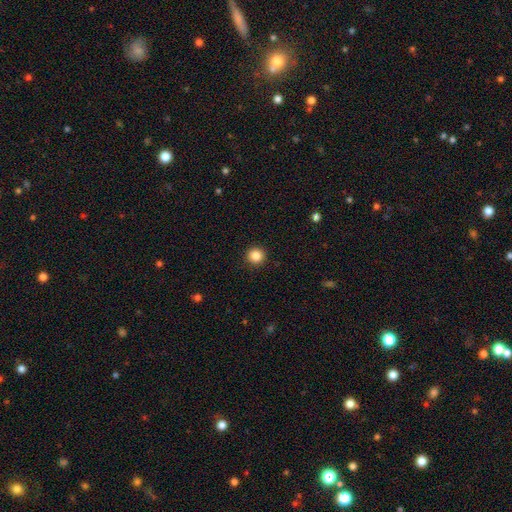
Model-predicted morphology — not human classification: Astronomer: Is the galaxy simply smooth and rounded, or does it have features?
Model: smooth — 86%.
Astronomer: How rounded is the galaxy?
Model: round — 95%.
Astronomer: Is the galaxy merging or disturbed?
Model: none — 93%.